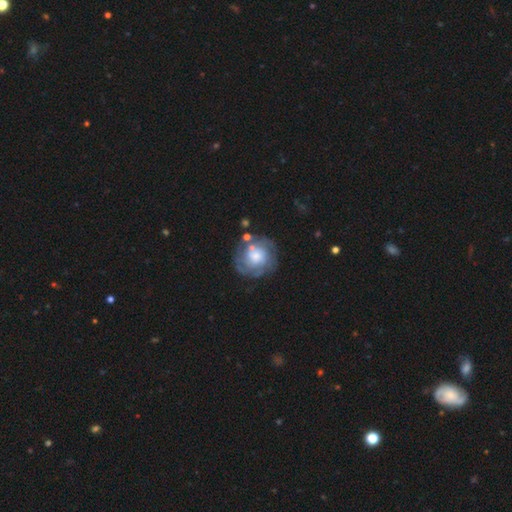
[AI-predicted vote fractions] Overall: featured or disk (69%). Edge-on disk: no (98%). Bar: no (77%). Spiral arms: yes (86%). Spiral arm count: can't tell (44%; 2 17%). Spiral winding: tight (63%; medium 27%). Bulge size: moderate (36%; large 27%). Merging: none (69%).